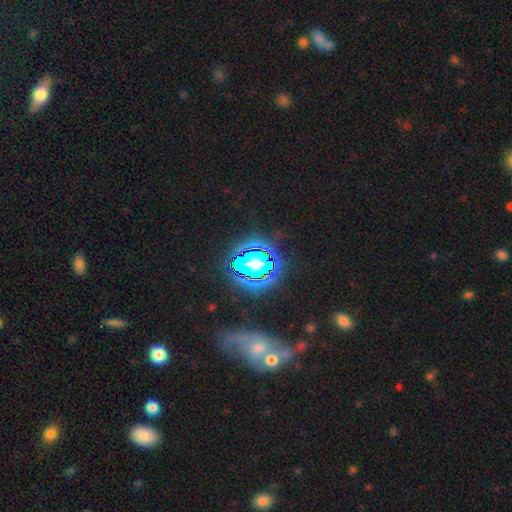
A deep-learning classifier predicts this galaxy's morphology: A star or artifact, not a galaxy (72%).

Vote fractions:
- Smooth or featured? star or artifact: 72% / smooth: 16% / featured or disk: 12%